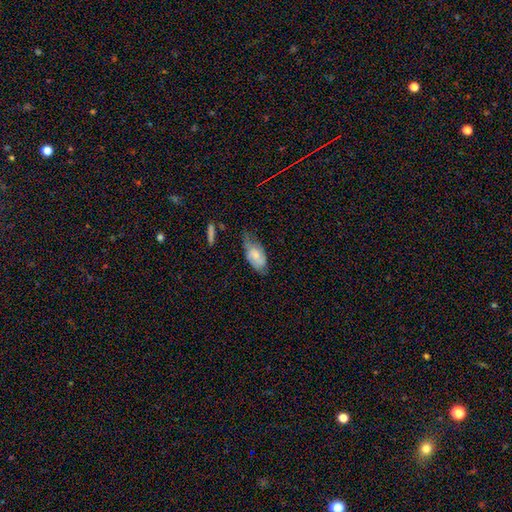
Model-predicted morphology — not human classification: smooth 61%, featured or disk 32%, star or artifact 7%. Down the decision tree: how rounded — in between (90%); merging — minor disturbance (41%).